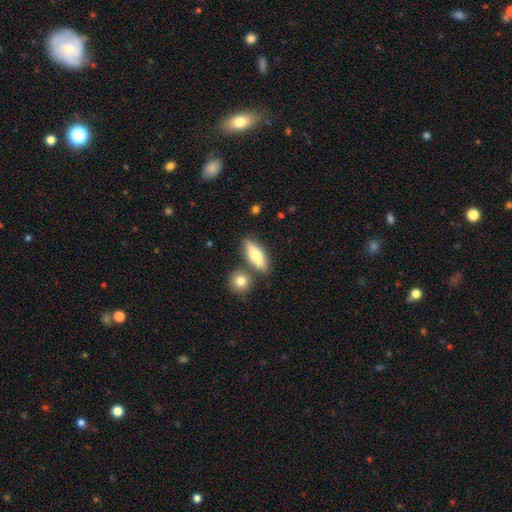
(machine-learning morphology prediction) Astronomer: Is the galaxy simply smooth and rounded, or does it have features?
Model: smooth — 66%.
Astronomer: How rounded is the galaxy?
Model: in between — 50% (runner-up: cigar-shaped, 46%).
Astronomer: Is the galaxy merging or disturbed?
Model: none — 73%.